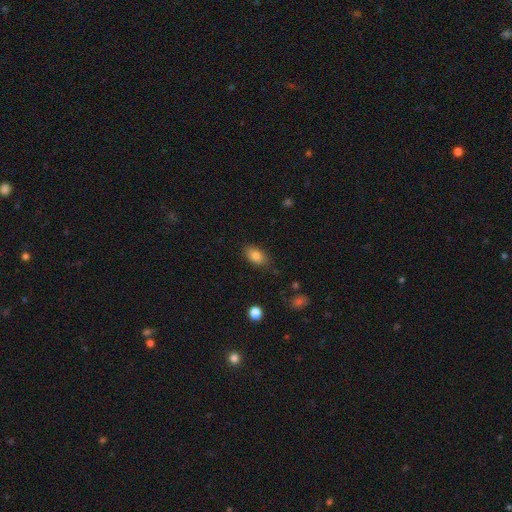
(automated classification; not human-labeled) The model was most divided on "merging": none: 82%, minor disturbance: 14%, major disturbance: 3%, merger: 1%. More confident: how rounded — in between (89%); smooth or featured — smooth (83%).